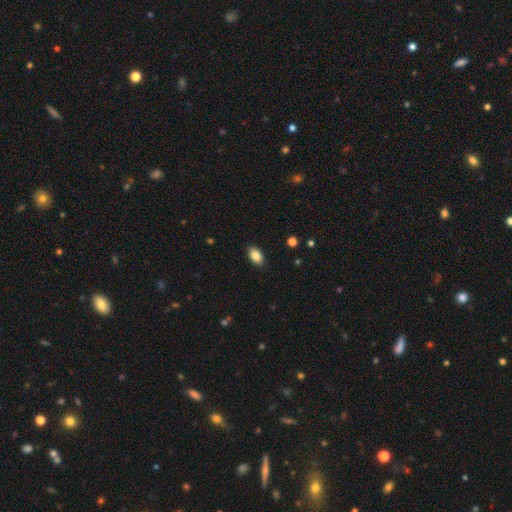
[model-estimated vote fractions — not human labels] A smooth galaxy with no disk features (87%) that is in between round and cigar-shaped (91%).

Vote fractions:
- Smooth or featured? smooth: 87% / star or artifact: 8% / featured or disk: 5%
- How rounded? in between: 91% / round: 7% / cigar-shaped: 2%
- Merging? none: 88% / minor disturbance: 9% / major disturbance: 2% / merger: 1%